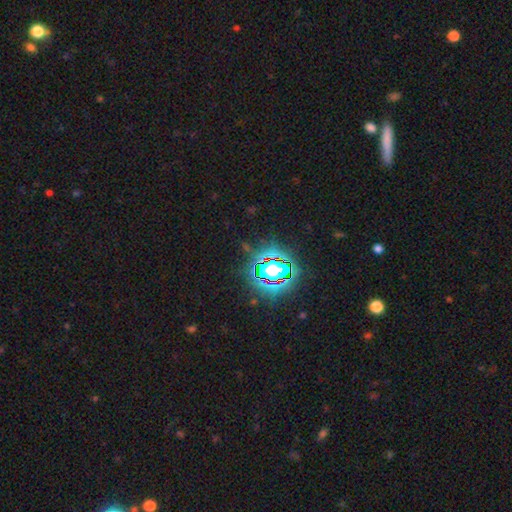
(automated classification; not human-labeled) Overall: star or artifact (80%).